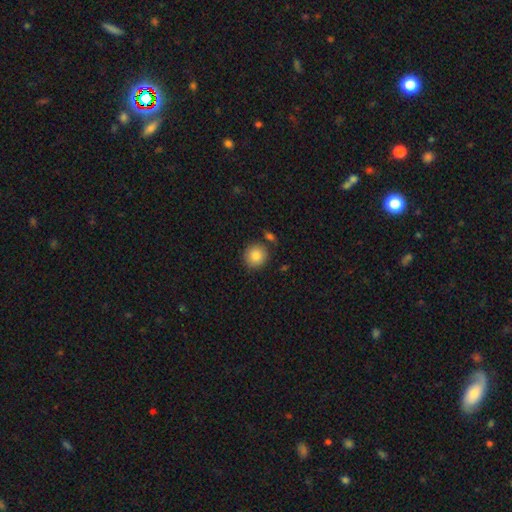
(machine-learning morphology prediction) A smooth galaxy with no disk features (85%) that is round (91%).

Vote fractions:
- Smooth or featured? smooth: 85% / star or artifact: 9% / featured or disk: 7%
- How rounded? round: 91% / in between: 8% / cigar-shaped: 1%
- Merging? none: 81% / minor disturbance: 9% / merger: 7% / major disturbance: 3%